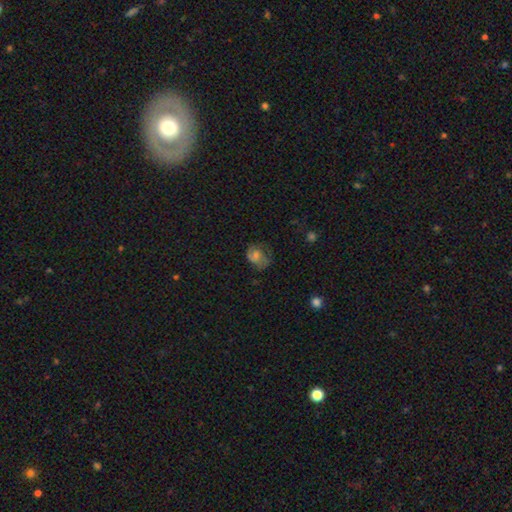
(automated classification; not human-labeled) Smooth or featured? smooth (55%)
How rounded? in between (50%)
Merging? none (51%)